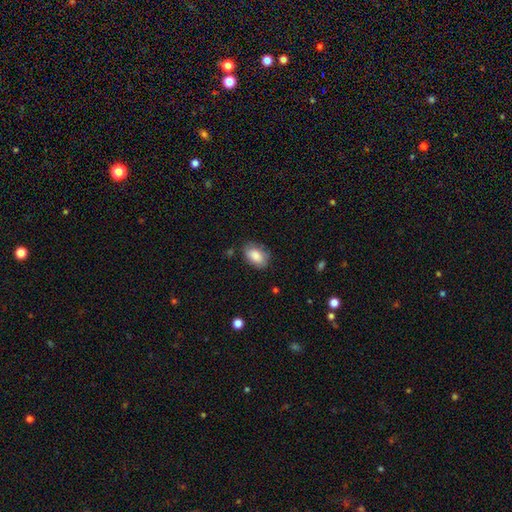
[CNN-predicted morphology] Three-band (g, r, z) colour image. It shows a smooth galaxy with no disk features (83%) that is in between round and cigar-shaped (89%). Merging: none (73%).